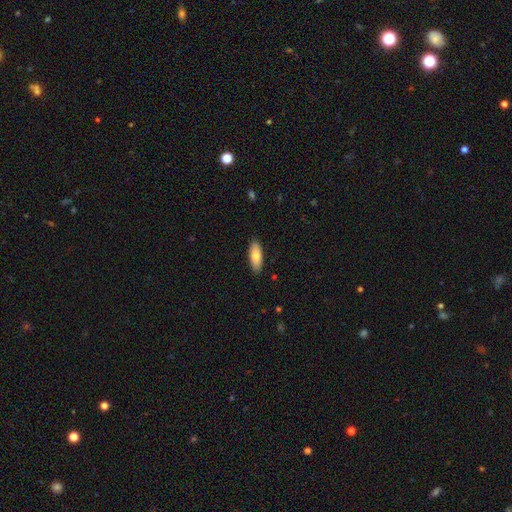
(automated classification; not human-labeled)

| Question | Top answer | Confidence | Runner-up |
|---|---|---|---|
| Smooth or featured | smooth | 78% | featured or disk (16%) |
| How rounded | in between | 69% | cigar-shaped (29%) |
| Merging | none | 88% | minor disturbance (9%) |